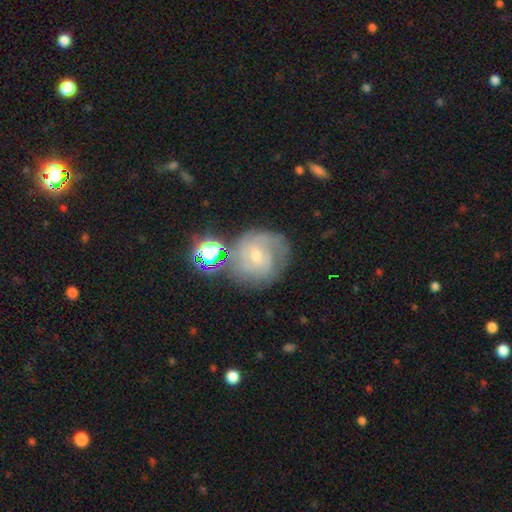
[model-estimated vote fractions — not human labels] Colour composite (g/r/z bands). It shows a featured or disk galaxy (63%) with no bar (50%), tight (56%) spiral arms (88%) and a small central bulge (55%). Merging: none (57%).